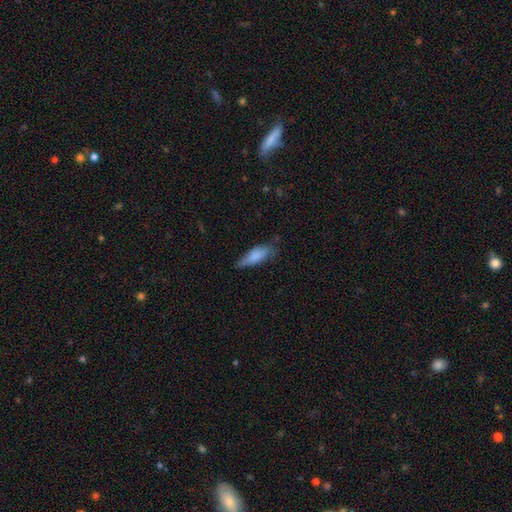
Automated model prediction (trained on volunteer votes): A smooth galaxy with no disk features (81%) that is in between round and cigar-shaped (63%).

Vote fractions:
- Smooth or featured? smooth: 81% / featured or disk: 13% / star or artifact: 6%
- How rounded? in between: 63% / cigar-shaped: 35% / round: 2%
- Merging? none: 56% / minor disturbance: 34% / major disturbance: 8% / merger: 2%